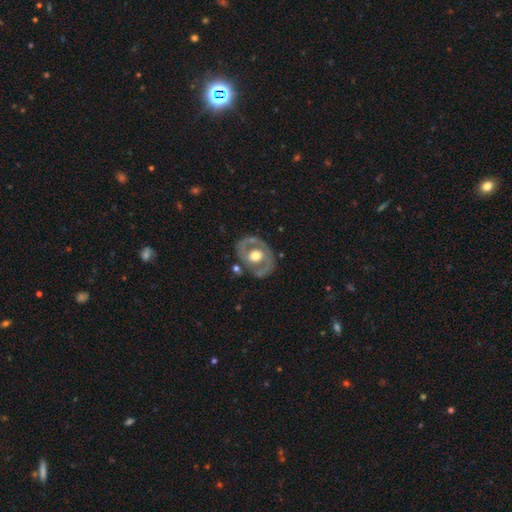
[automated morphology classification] Smooth or featured: featured or disk — 72% (smooth — 23%)
Edge-on disk: no — 95% (yes — 5%)
Bar: no — 73% (weak — 20%)
Spiral arms: no — 53% (yes — 47%)
Bulge size: moderate — 63% (large — 28%)
Merging: none — 74% (minor disturbance — 16%)